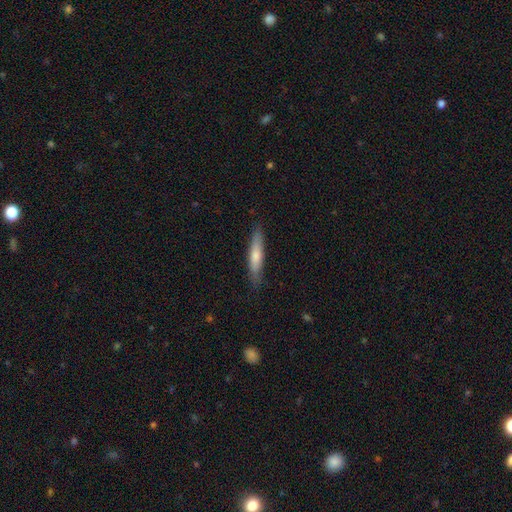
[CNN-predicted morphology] This is likely a smooth galaxy (67%). How rounded: clearly cigar-shaped (87%). Merging: clearly none (84%).